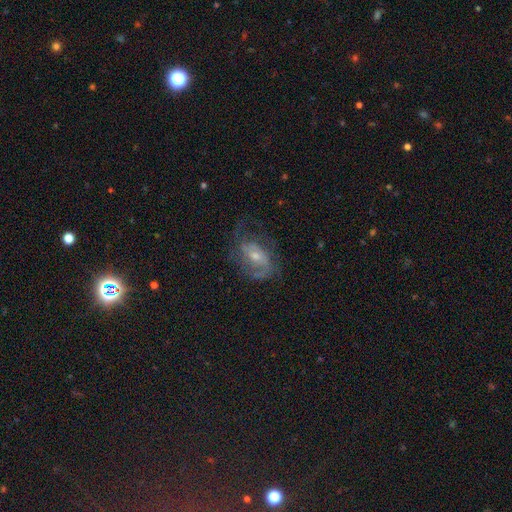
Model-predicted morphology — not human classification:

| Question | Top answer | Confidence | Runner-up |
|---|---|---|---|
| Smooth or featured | featured or disk | 74% | smooth (16%) |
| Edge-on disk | no | 96% | yes (4%) |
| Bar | no | 46% | weak (41%) |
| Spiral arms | yes | 88% | no (12%) |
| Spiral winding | medium | 47% | tight (30%) |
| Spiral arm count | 2 | 52% | can't tell (23%) |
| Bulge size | small | 50% | moderate (44%) |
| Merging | none | 59% | minor disturbance (21%) |